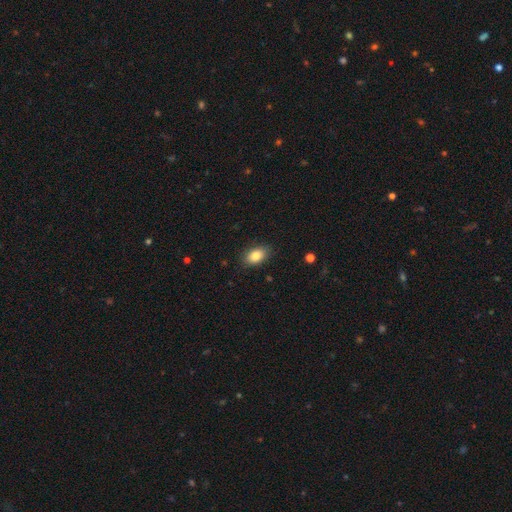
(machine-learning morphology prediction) This is clearly a smooth galaxy (85%). How rounded: clearly in between (90%). Merging: clearly none (84%).